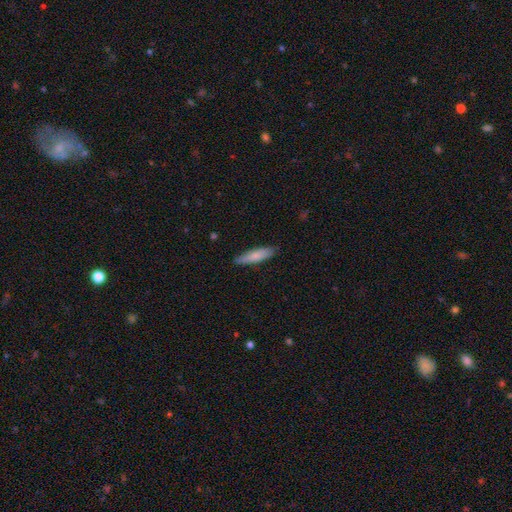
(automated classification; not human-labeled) smooth 78%, featured or disk 17%, star or artifact 5%. Down the decision tree: how rounded — cigar-shaped (78%); merging — none (86%).